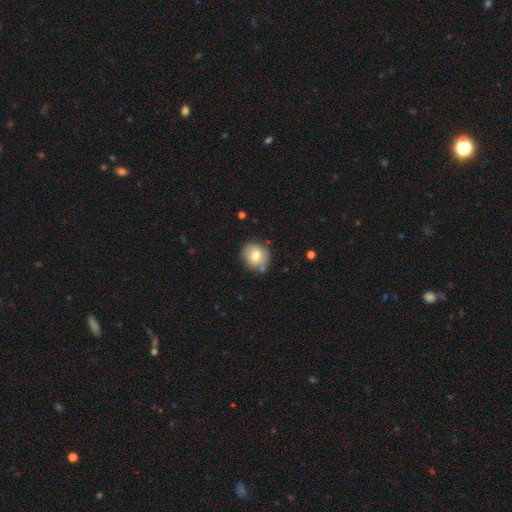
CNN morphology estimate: Overall: smooth (70%). How rounded: round (79%). Merging: none (72%).